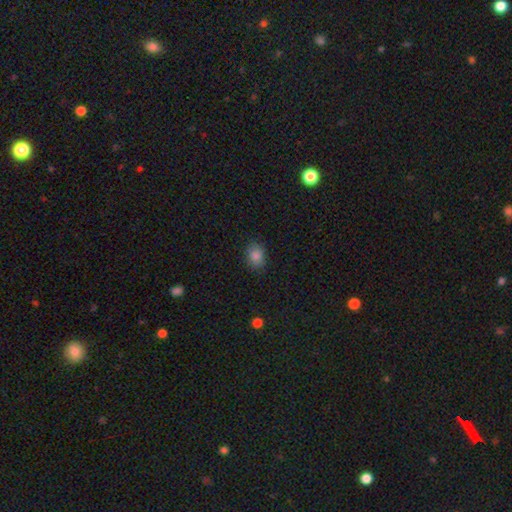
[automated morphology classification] A smooth galaxy with no disk features (84%) that is in between round and cigar-shaped (64%).

Vote fractions:
- Smooth or featured? smooth: 84% / star or artifact: 11% / featured or disk: 5%
- How rounded? in between: 64% / round: 35% / cigar-shaped: 1%
- Merging? none: 85% / minor disturbance: 11% / major disturbance: 3% / merger: 1%